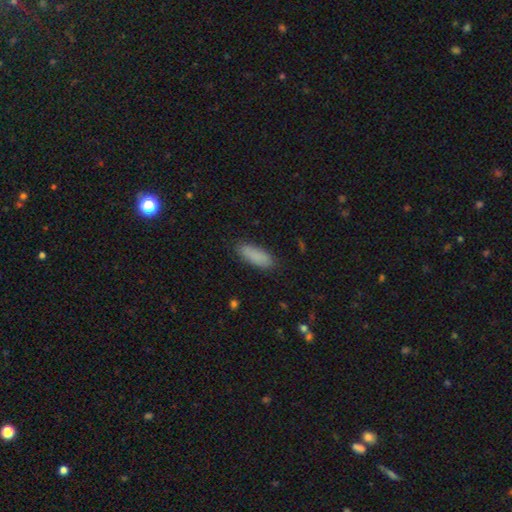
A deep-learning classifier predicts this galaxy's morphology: smooth_or_featured: smooth (p=0.88) [alt: star or artifact p=0.07]
how_rounded: in between (p=0.63) [alt: cigar-shaped p=0.35]
merging: none (p=0.87) [alt: minor disturbance p=0.10]